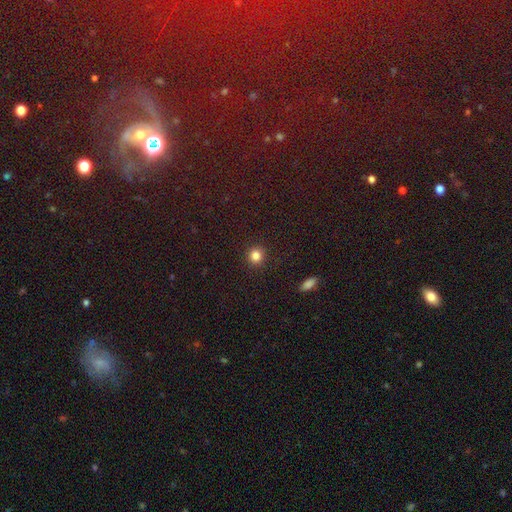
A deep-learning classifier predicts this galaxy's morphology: type=smooth (84%); roundness=round (91%); merging=none (91%).